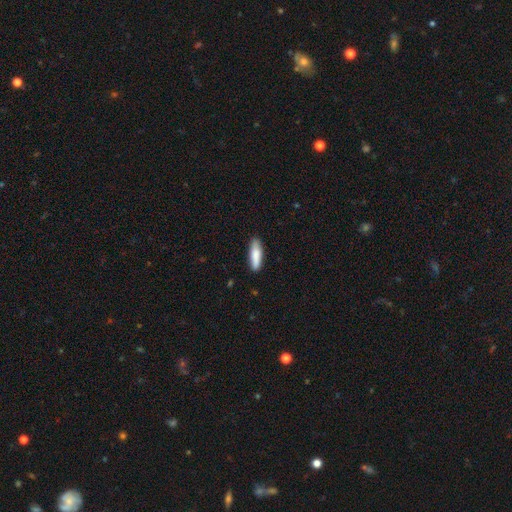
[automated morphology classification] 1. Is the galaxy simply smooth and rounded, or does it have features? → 83% smooth, 12% featured or disk, 6% star or artifact.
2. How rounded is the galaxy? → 63% cigar-shaped, 36% in between, 2% round.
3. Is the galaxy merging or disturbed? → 85% none, 11% minor disturbance, 2% major disturbance, 1% merger.